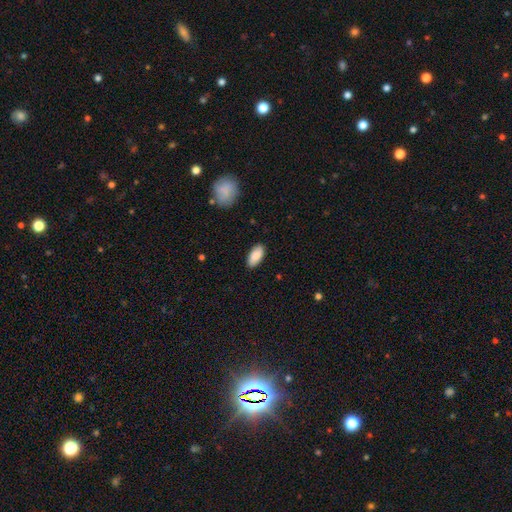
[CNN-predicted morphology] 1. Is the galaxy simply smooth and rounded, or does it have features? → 86% smooth, 8% featured or disk, 6% star or artifact.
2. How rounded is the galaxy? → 92% in between, 6% cigar-shaped, 2% round.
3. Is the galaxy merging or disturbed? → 88% none, 9% minor disturbance, 2% major disturbance, 1% merger.